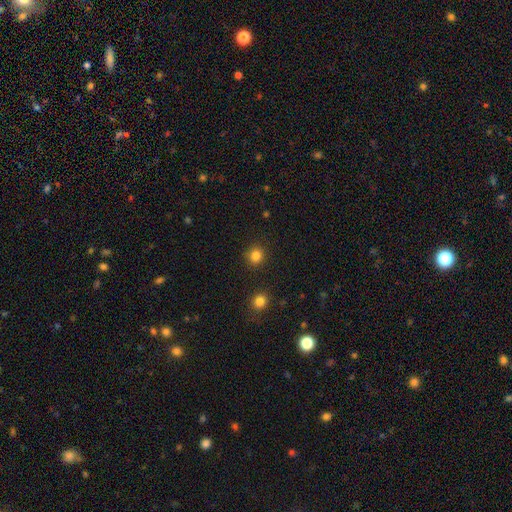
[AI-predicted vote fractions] Smooth or featured: smooth — 83% (star or artifact — 13%)
How rounded: round — 91% (in between — 8%)
Merging: none — 90% (minor disturbance — 6%)